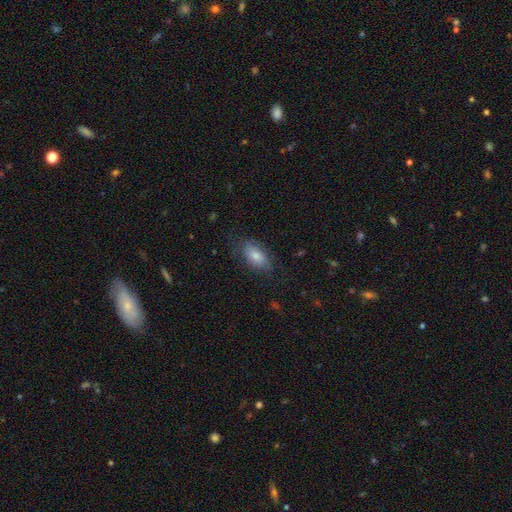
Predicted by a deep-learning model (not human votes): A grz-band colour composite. It shows a smooth galaxy with no disk features (78%) that is in between round and cigar-shaped (91%). Merging: none (71%).